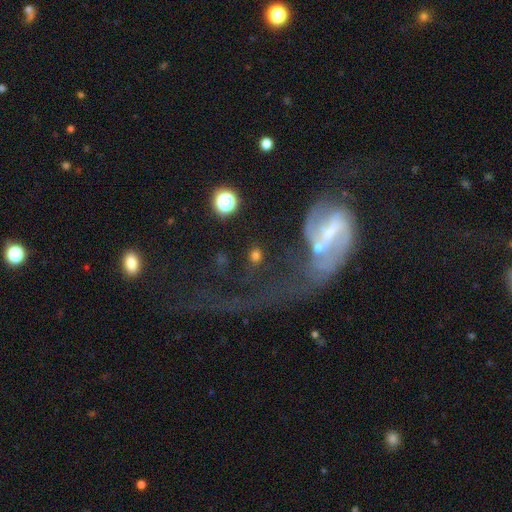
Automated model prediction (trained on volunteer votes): Smooth or featured? Predicted: smooth (p=0.67). How rounded? Predicted: round (p=0.71). Merging? Predicted: none (p=0.66).